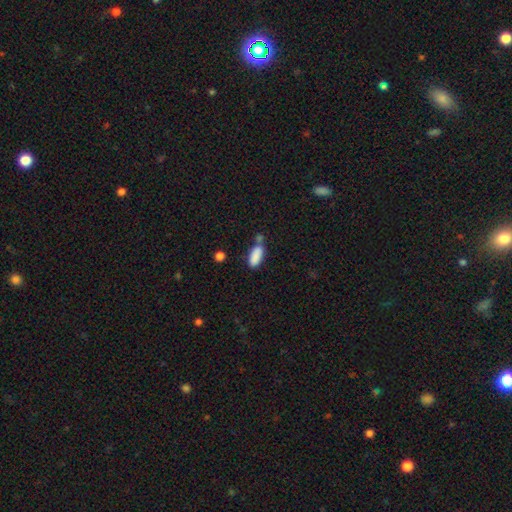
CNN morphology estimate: This is clearly a smooth galaxy (87%). How rounded: likely in between (79%). Merging: possibly none (55%).